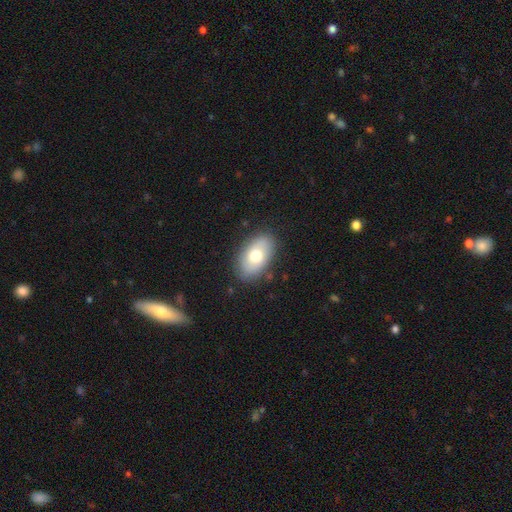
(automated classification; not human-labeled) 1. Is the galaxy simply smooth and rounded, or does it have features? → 72% smooth, 21% featured or disk, 7% star or artifact.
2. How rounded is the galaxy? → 92% in between, 7% round, 2% cigar-shaped.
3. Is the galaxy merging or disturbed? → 84% none, 12% minor disturbance, 3% major disturbance, 1% merger.